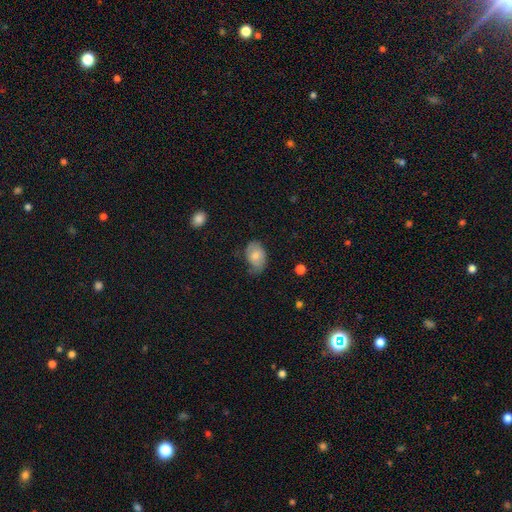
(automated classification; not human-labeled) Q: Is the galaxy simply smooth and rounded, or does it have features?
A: smooth — 74%.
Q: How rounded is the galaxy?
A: in between — 85%.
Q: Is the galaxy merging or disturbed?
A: none — 54%.